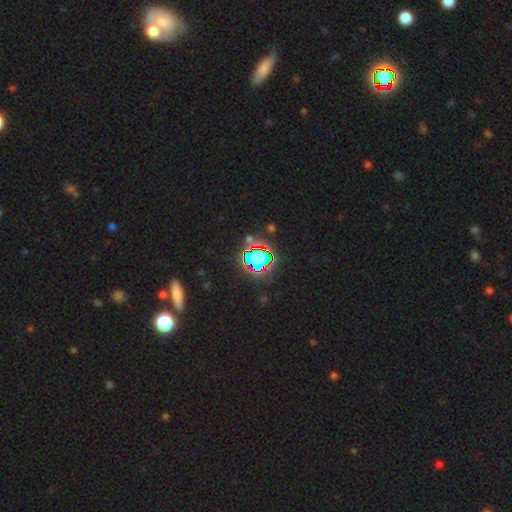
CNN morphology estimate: Overall: star or artifact (68%).